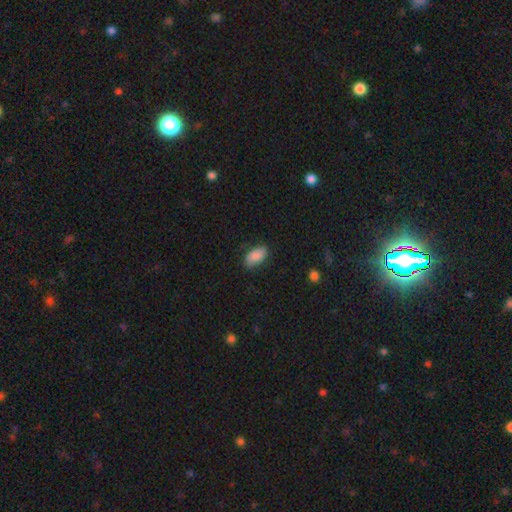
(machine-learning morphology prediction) A smooth galaxy with no disk features (85%) that is in between round and cigar-shaped (94%). Merging: none (81%).